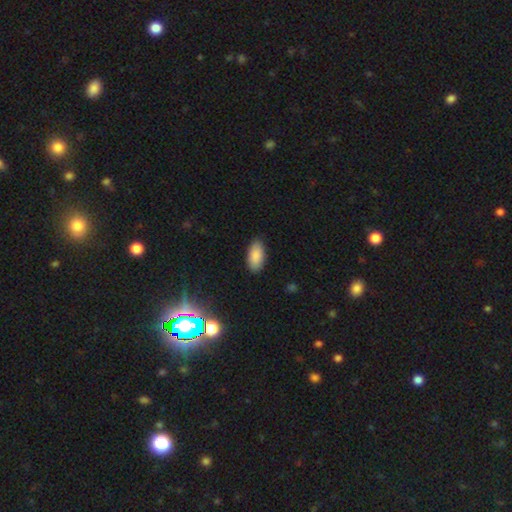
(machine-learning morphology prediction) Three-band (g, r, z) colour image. It shows a smooth galaxy with no disk features (87%) that is in between round and cigar-shaped (94%). Merging: none (86%).